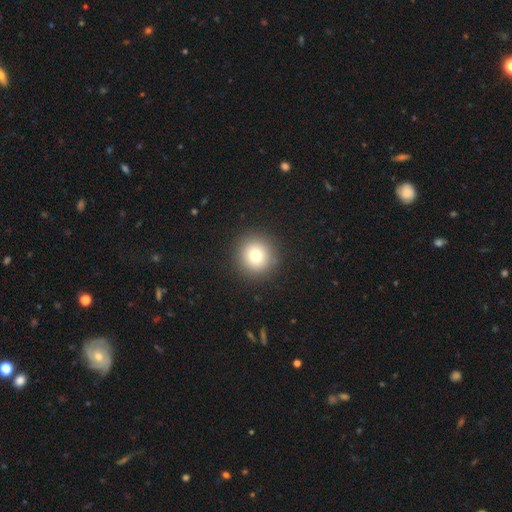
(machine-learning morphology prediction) This is likely a smooth galaxy (76%). How rounded: clearly round (95%). Merging: clearly none (91%).